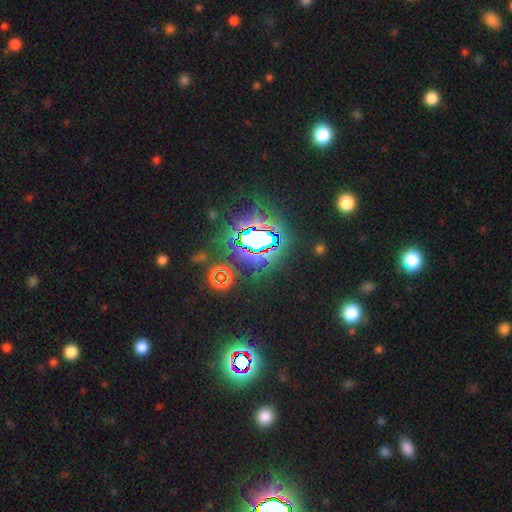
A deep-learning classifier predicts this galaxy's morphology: This appears to be a star or artifact, not a galaxy (83%).